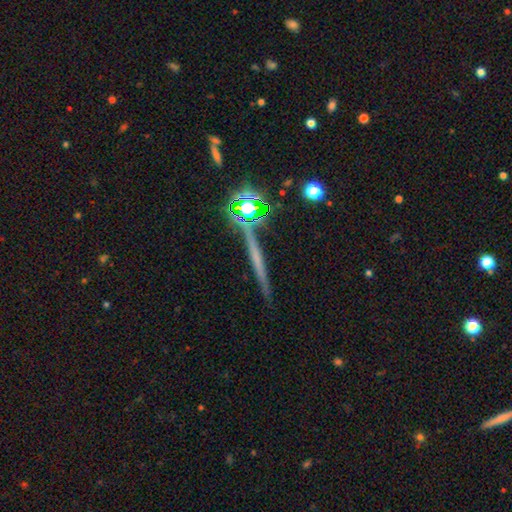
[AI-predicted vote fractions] Smooth or featured? featured or disk (45%)
Merging? none (86%)